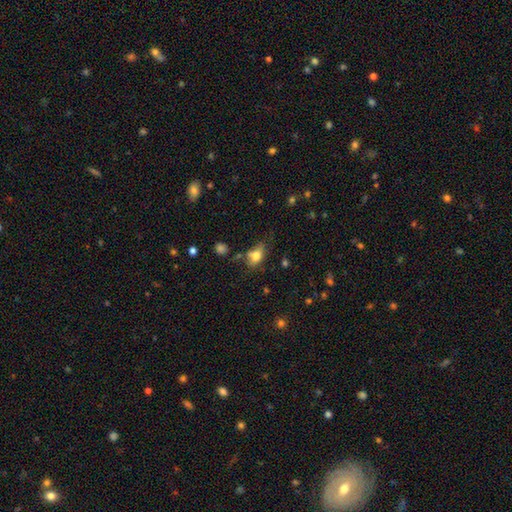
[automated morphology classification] smooth_or_featured: smooth (p=0.72) [alt: featured or disk p=0.17]
how_rounded: in between (p=0.80) [alt: round p=0.17]
merging: none (p=0.47) [alt: minor disturbance p=0.29]